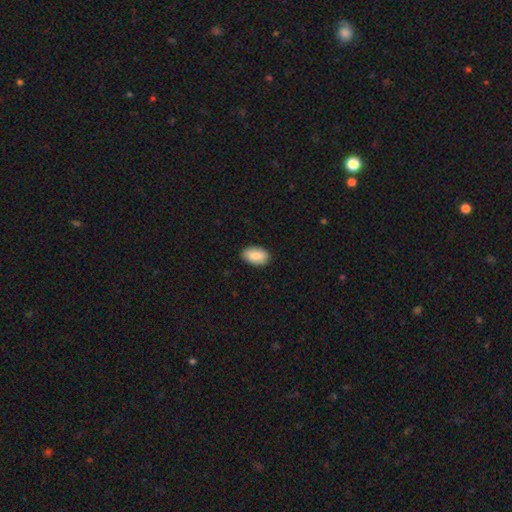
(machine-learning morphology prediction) Smooth or featured: smooth — 87% (featured or disk — 7%)
How rounded: in between — 93% (round — 5%)
Merging: none — 88% (minor disturbance — 10%)